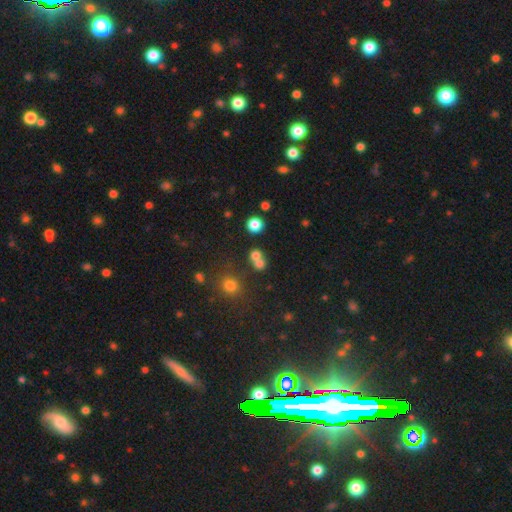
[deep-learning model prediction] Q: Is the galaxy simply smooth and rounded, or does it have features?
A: smooth — 71%.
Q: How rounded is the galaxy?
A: round — 82%.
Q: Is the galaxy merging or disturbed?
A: none — 47%.